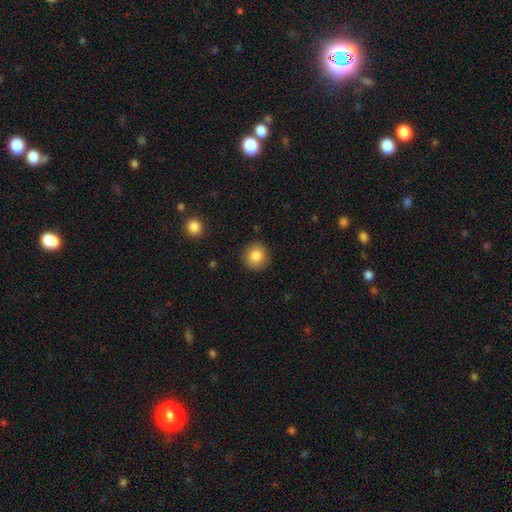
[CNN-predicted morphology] A smooth galaxy with no disk features (85%) that is round (92%). Merging: none (90%).